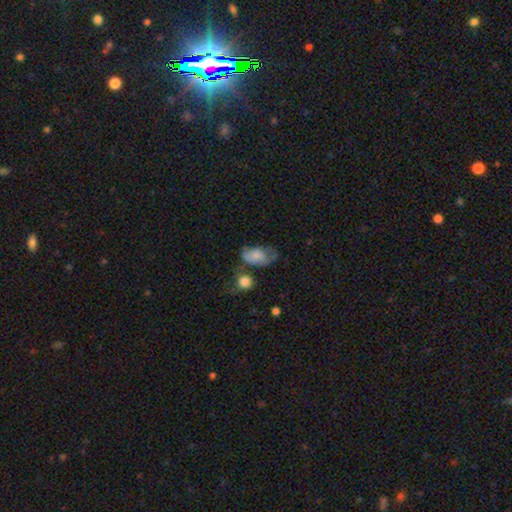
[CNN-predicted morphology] Smooth or featured? smooth (67%)
How rounded? in between (86%)
Merging? none (31%, tied with minor disturbance)